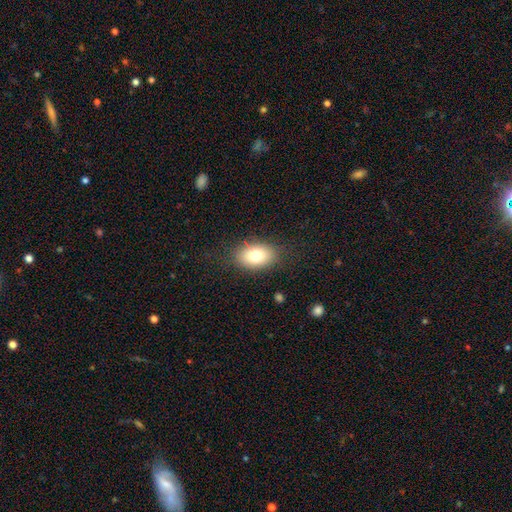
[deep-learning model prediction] smooth 77%, featured or disk 13%, star or artifact 9%. Down the decision tree: how rounded — in between (84%); merging — none (83%).